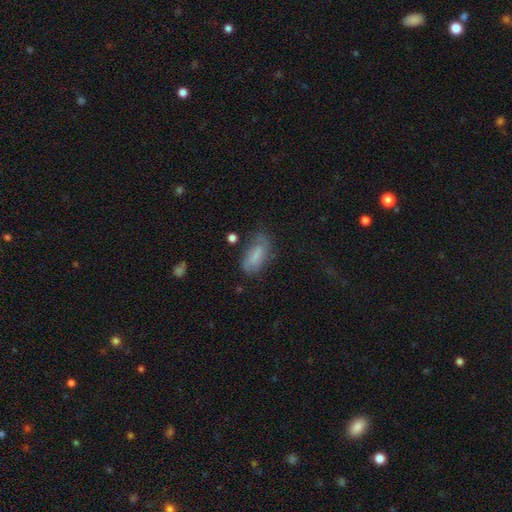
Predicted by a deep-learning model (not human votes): Smooth or featured: smooth — 71% (featured or disk — 20%)
How rounded: in between — 86% (cigar-shaped — 10%)
Merging: none — 52% (minor disturbance — 29%)